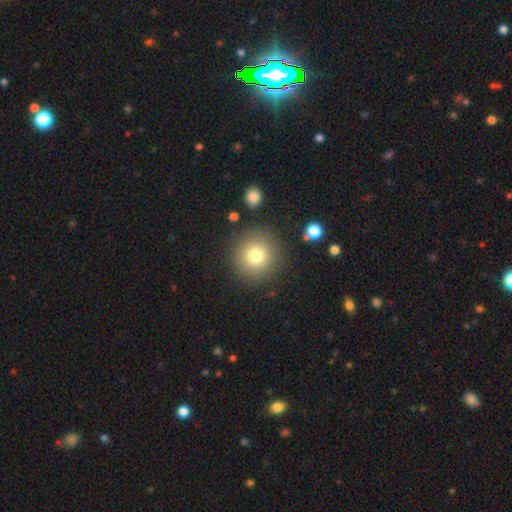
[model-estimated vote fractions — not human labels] Smooth or featured?
  - smooth: 78% *
  - star or artifact: 12%
  - featured or disk: 10%
How rounded?
  - round: 94% *
  - in between: 5%
  - cigar-shaped: 1%
Merging?
  - none: 87% *
  - minor disturbance: 7%
  - major disturbance: 3%
  - merger: 3%